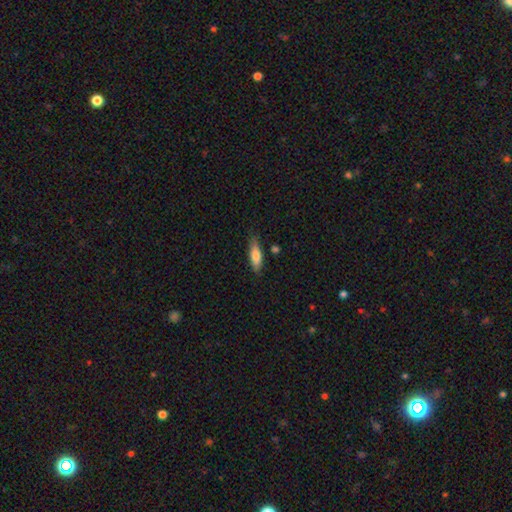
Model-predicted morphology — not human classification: Q: Smooth or featured?
A: smooth (75%); runner-up: featured or disk (18%)
Q: How rounded?
A: cigar-shaped (49%); tied with: in between (49%)
Q: Merging?
A: none (77%); runner-up: minor disturbance (17%)